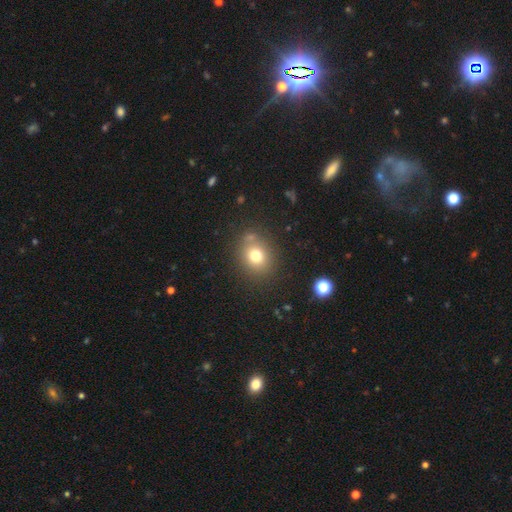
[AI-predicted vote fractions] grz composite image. It shows a smooth galaxy with no disk features (74%) that is round (63%). Merging: none (77%).